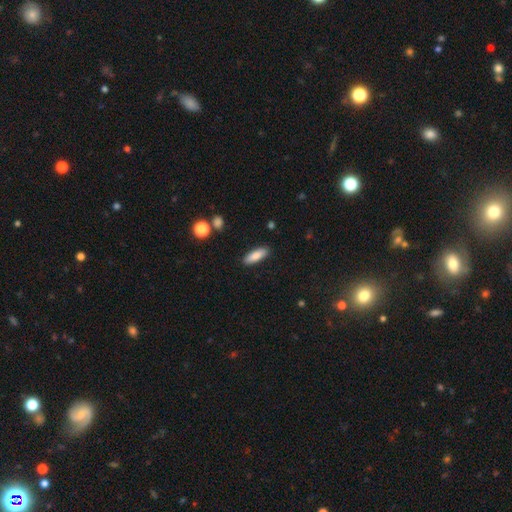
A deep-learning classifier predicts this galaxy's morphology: smooth-or-featured: smooth: 83% | featured or disk: 10% | star or artifact: 7%
  how-rounded: in between: 58% | cigar-shaped: 40% | round: 2%
  merging: none: 89% | minor disturbance: 8% | major disturbance: 2% | merger: 1%